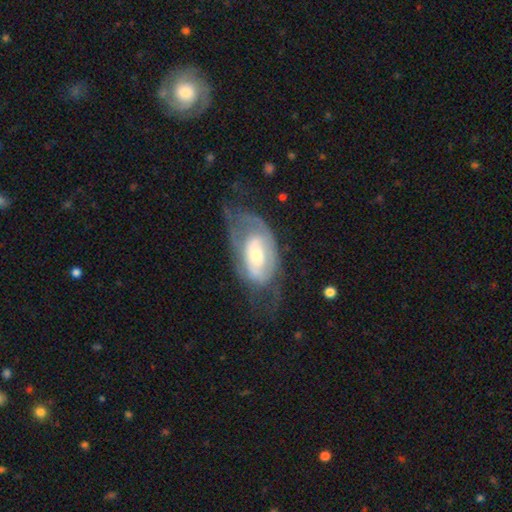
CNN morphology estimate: type=featured or disk (70%); edge-on=no (94%); bar=no (67%); spiral arms=yes (73%); bulge=moderate (51%); merging=none (40%).